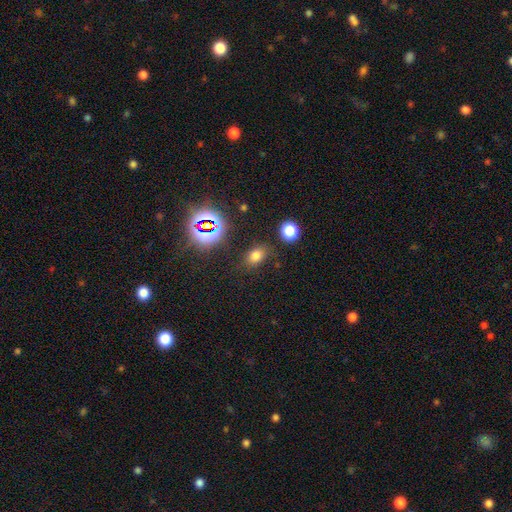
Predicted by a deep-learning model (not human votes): The model was most divided on "how rounded": in between: 73%, round: 26%, cigar-shaped: 2%. More confident: merging — none (80%); smooth or featured — smooth (71%).